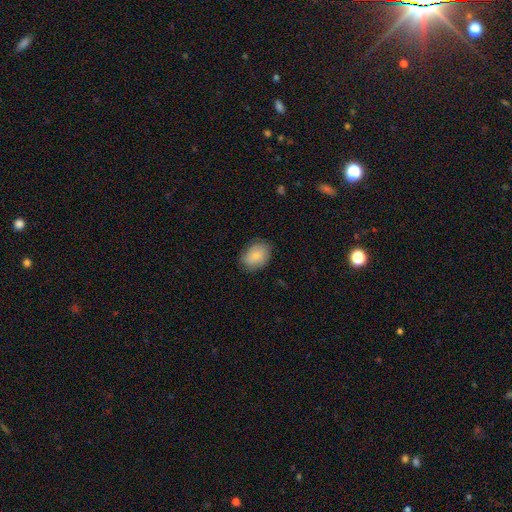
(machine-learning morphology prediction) Smooth or featured? Predicted: smooth (p=0.81). How rounded? Predicted: in between (p=0.69). Merging? Predicted: none (p=0.78).